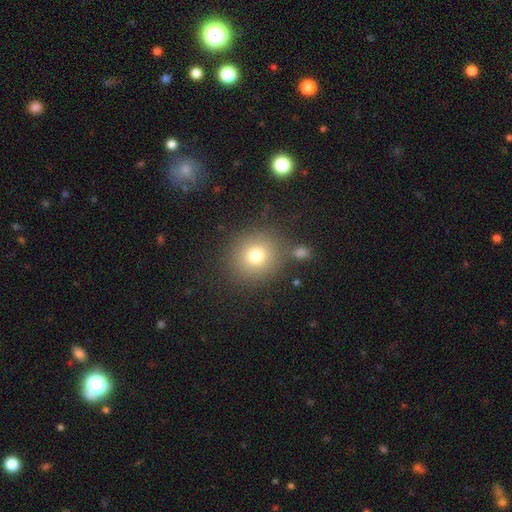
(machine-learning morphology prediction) type=smooth (75%); roundness=round (88%); merging=none (79%).